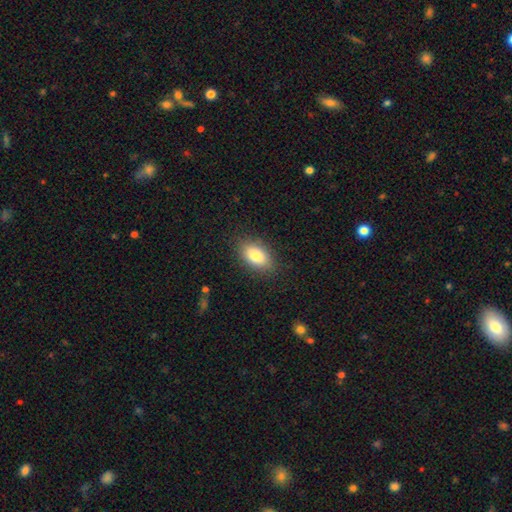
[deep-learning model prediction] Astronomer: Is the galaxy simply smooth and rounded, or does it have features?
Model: smooth — 82%.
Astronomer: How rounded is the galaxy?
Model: in between — 90%.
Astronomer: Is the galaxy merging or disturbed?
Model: none — 85%.